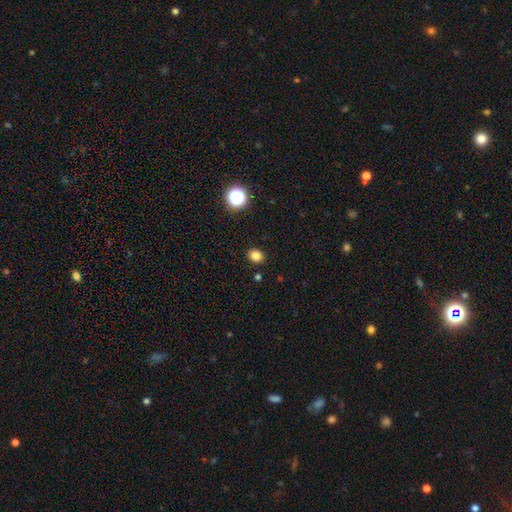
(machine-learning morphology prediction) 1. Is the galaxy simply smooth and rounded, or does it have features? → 82% smooth, 14% star or artifact, 4% featured or disk.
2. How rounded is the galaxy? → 63% round, 36% in between, 1% cigar-shaped.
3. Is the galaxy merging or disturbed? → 90% none, 7% minor disturbance, 2% major disturbance, 1% merger.